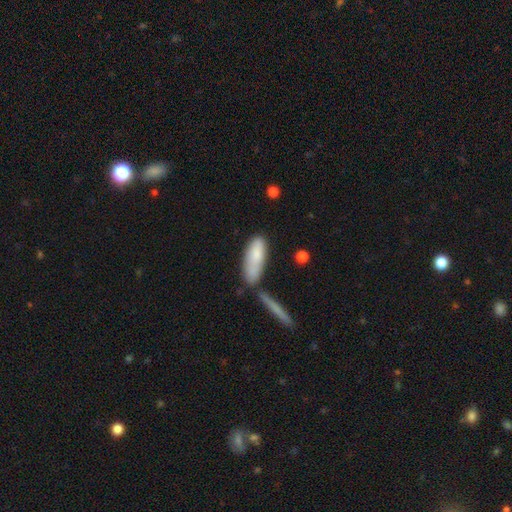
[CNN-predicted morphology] smooth 78%, featured or disk 15%, star or artifact 6%. Down the decision tree: how rounded — in between (60%); merging — none (47%).